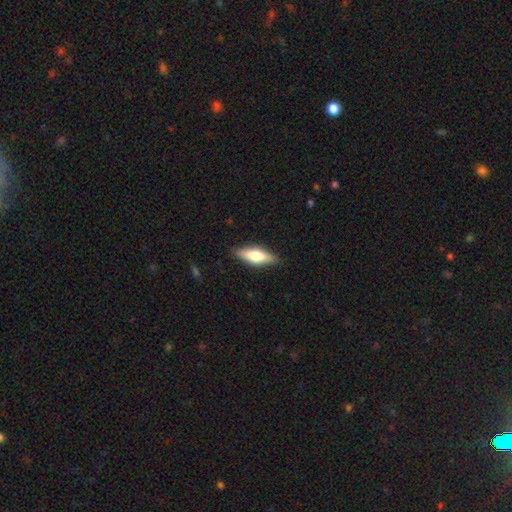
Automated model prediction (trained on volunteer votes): Overall: smooth (56%; featured or disk 38%). How rounded: in between (59%; cigar-shaped 39%). Merging: none (86%).